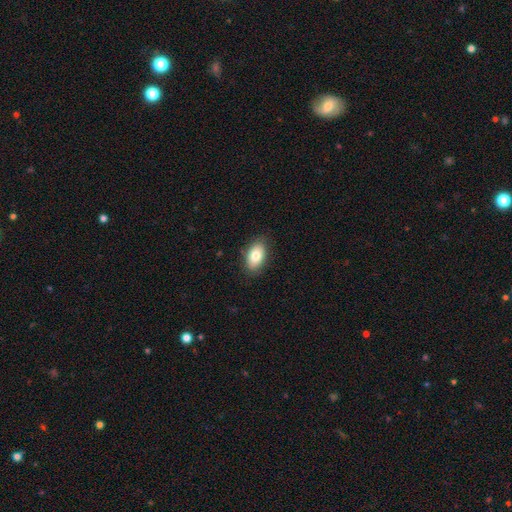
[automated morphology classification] smooth-or-featured: smooth: 80% | featured or disk: 13% | star or artifact: 7%
  how-rounded: in between: 91% | round: 6% | cigar-shaped: 2%
  merging: none: 85% | minor disturbance: 11% | major disturbance: 2% | merger: 1%